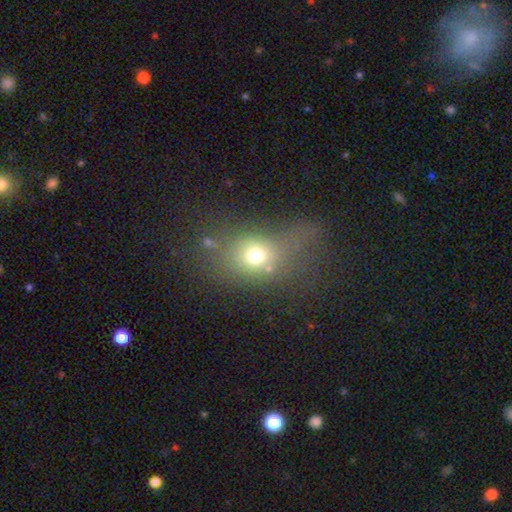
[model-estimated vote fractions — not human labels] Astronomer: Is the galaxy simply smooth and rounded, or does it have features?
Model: smooth — 66%.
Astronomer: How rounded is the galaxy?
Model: in between — 51% (runner-up: round, 46%).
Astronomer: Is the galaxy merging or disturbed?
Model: none — 49% (runner-up: major disturbance, 24%).